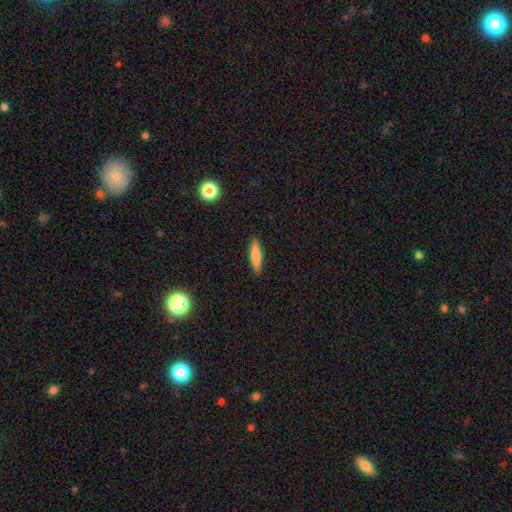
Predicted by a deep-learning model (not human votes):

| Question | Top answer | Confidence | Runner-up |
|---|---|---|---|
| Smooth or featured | smooth | 73% | featured or disk (21%) |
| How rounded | cigar-shaped | 77% | in between (21%) |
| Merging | none | 90% | minor disturbance (7%) |